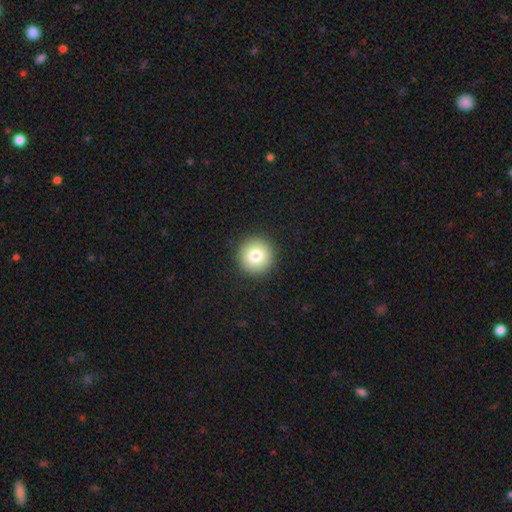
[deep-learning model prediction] Morphology: type=smooth (80%); roundness=round (96%); merging=none (93%).